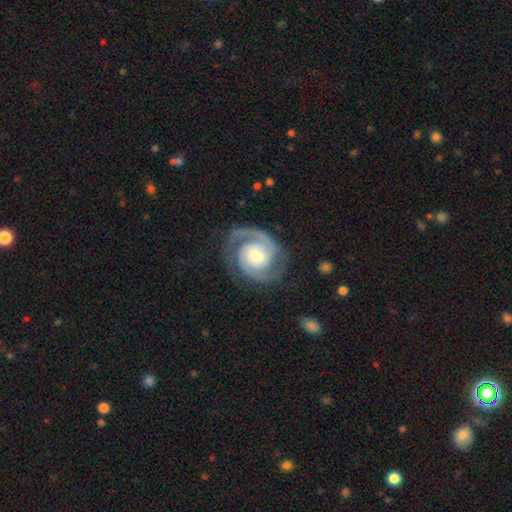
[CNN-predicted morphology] smooth-or-featured: featured or disk: 92% | smooth: 4% | star or artifact: 4%
  disk-edge-on: no: 98% | yes: 2%
    bar: no: 62% | weak: 28% | strong: 10%
    has-spiral-arms: yes: 99% | no: 1%
      spiral-winding: tight: 62% | medium: 34% | loose: 4%
      spiral-arm-count: 2: 92% | 3: 3% | can't tell: 2% | 1: 1% | 4: 1% | more than 4: 1%
    bulge-size: moderate: 57% | small: 29% | large: 10% | none: 2% | dominant: 1%
  merging: none: 82% | minor disturbance: 13% | major disturbance: 4% | merger: 1%